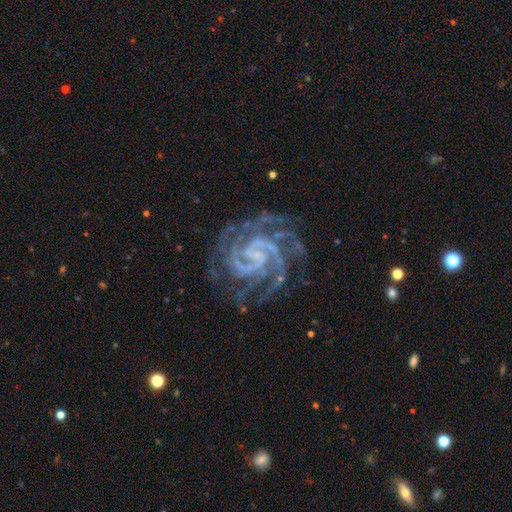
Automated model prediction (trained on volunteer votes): The model was most divided on "bar" (2-way tie): no: 40%, weak: 40%, strong: 20%. Remaining: spiral arms — yes (99%); edge-on disk — no (98%); smooth or featured — featured or disk (91%); merging — none (75%); spiral winding — tight (69%); bulge size — small (58%); spiral arm count — 3 (29%).